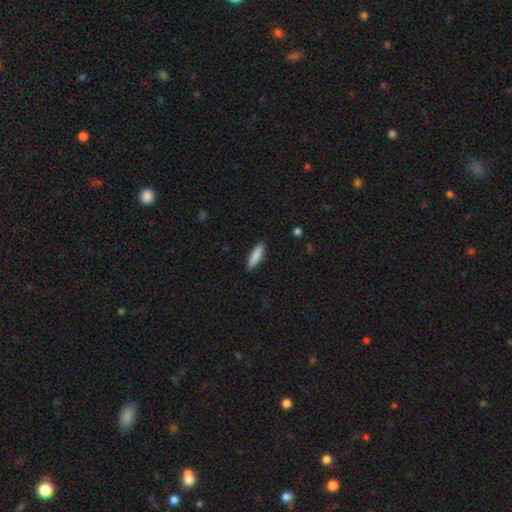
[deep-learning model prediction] Smooth or featured? smooth (86%)
How rounded? cigar-shaped (61%)
Merging? none (87%)